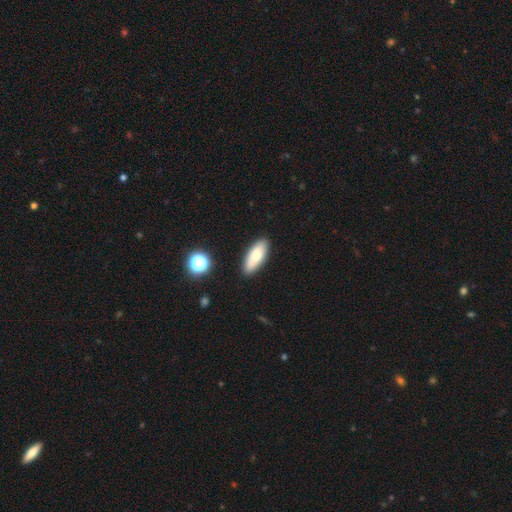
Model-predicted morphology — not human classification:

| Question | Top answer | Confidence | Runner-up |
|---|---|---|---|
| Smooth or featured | smooth | 78% | featured or disk (15%) |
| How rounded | in between | 77% | cigar-shaped (21%) |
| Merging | none | 87% | minor disturbance (10%) |